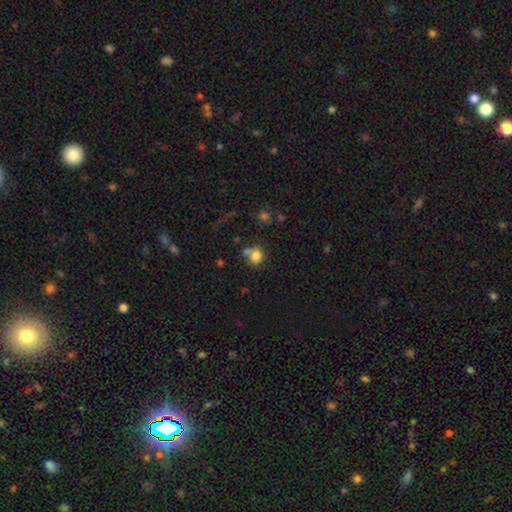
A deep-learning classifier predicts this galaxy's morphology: Overall: smooth (80%). How rounded: round (71%). Merging: none (53%; merger 26%).